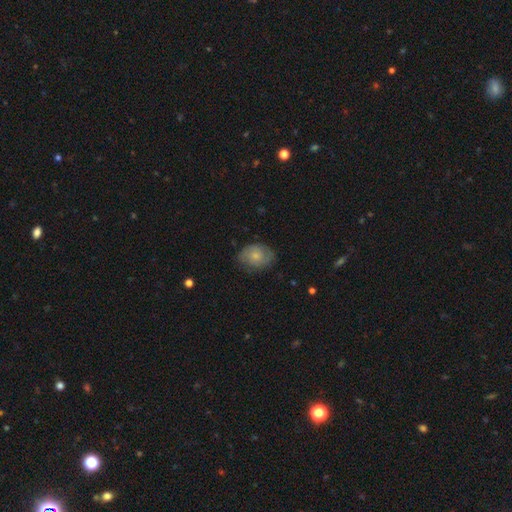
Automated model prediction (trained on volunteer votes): This is possibly a smooth galaxy (57%). How rounded: possibly in between (55%). Merging: likely none (71%).